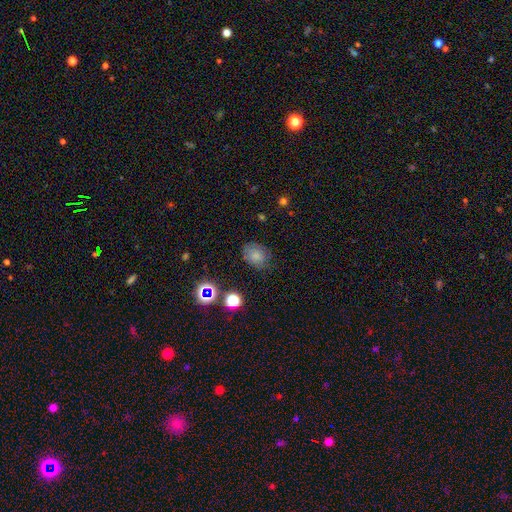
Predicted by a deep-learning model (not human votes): smooth 74%, star or artifact 14%, featured or disk 12%. Down the decision tree: how rounded — in between (59%); merging — none (72%).